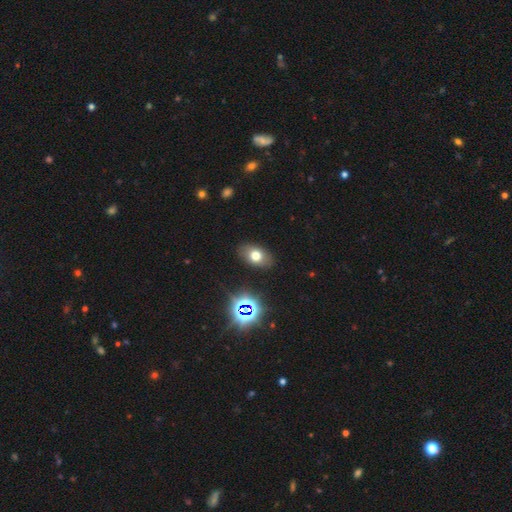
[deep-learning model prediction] Smooth or featured: smooth — 68% (star or artifact — 17%)
How rounded: in between — 83% (round — 15%)
Merging: none — 85% (minor disturbance — 10%)